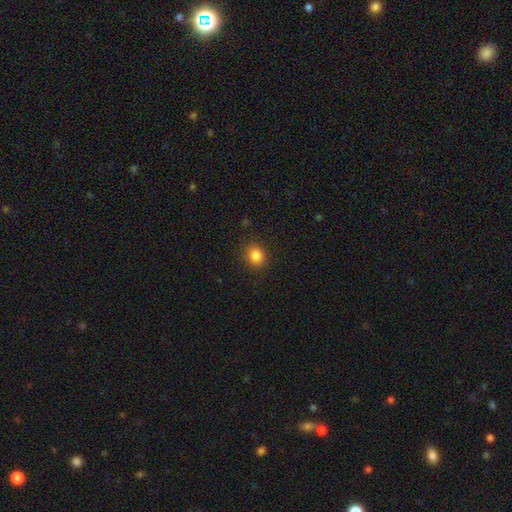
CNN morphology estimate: Smooth or featured?
  - smooth: 84% *
  - star or artifact: 11%
  - featured or disk: 5%
How rounded?
  - round: 70% *
  - in between: 29%
  - cigar-shaped: 1%
Merging?
  - none: 88% *
  - minor disturbance: 8%
  - major disturbance: 3%
  - merger: 1%